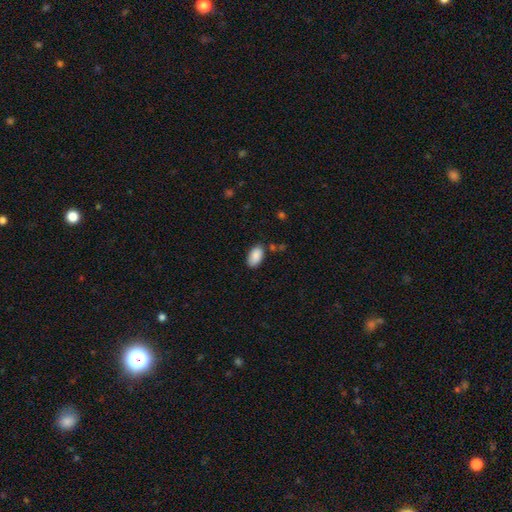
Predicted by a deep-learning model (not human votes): smooth_or_featured: smooth (p=0.89) [alt: star or artifact p=0.07]
how_rounded: in between (p=0.94) [alt: round p=0.04]
merging: none (p=0.80) [alt: minor disturbance p=0.14]